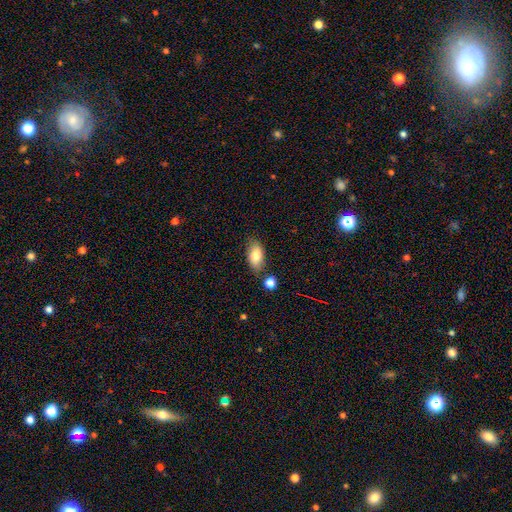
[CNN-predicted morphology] This is likely a smooth galaxy (79%). How rounded: clearly in between (91%). Merging: likely none (75%).